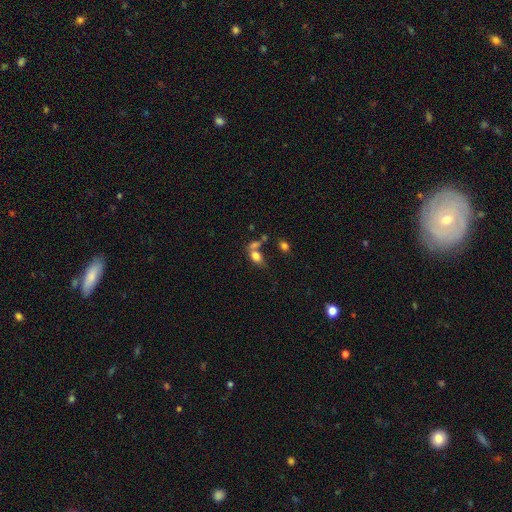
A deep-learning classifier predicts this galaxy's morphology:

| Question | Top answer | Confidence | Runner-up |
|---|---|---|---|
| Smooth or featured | smooth | 76% | featured or disk (14%) |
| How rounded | in between | 82% | round (14%) |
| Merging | merger | 40% | none (38%) |